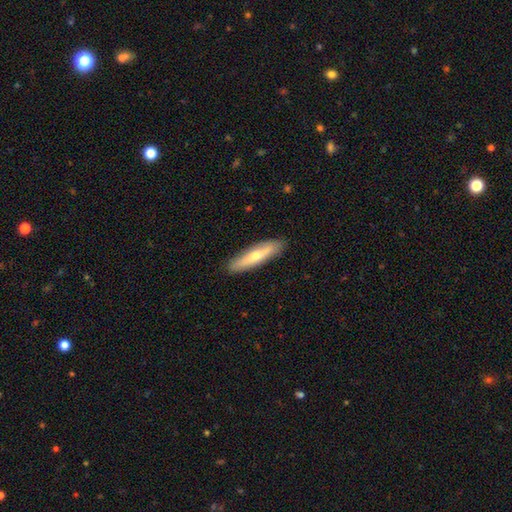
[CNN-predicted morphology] Smooth or featured? Predicted: smooth (p=0.52). How rounded? Predicted: cigar-shaped (p=0.80). Merging? Predicted: none (p=0.90).